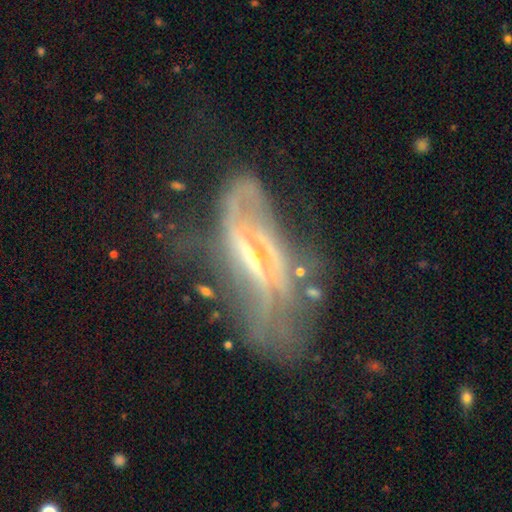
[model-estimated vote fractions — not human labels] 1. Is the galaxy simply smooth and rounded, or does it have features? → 77% featured or disk, 14% smooth, 10% star or artifact.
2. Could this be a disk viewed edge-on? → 78% no, 22% yes.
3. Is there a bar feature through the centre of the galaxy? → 40% no (tied), 40% weak (tied), 21% strong.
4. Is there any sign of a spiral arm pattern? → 66% yes, 34% no.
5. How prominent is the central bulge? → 58% small, 33% moderate, 6% none, 2% large, 1% dominant.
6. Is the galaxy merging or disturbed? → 40% none, 31% major disturbance, 22% minor disturbance, 6% merger.